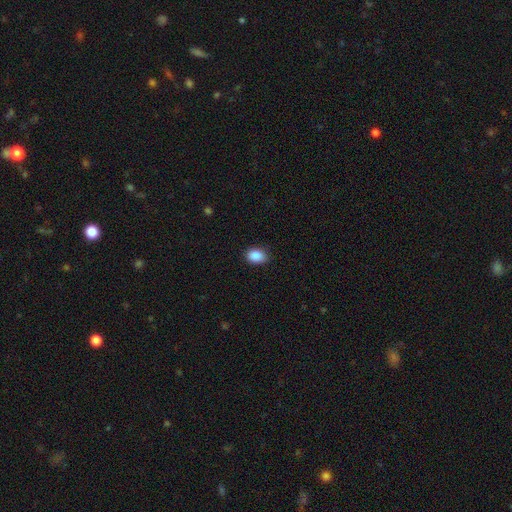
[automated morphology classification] A smooth galaxy with no disk features (89%) that is in between round and cigar-shaped (75%).

Vote fractions:
- Smooth or featured? smooth: 89% / star or artifact: 8% / featured or disk: 3%
- How rounded? in between: 75% / round: 24% / cigar-shaped: 1%
- Merging? none: 85% / minor disturbance: 11% / major disturbance: 2% / merger: 1%